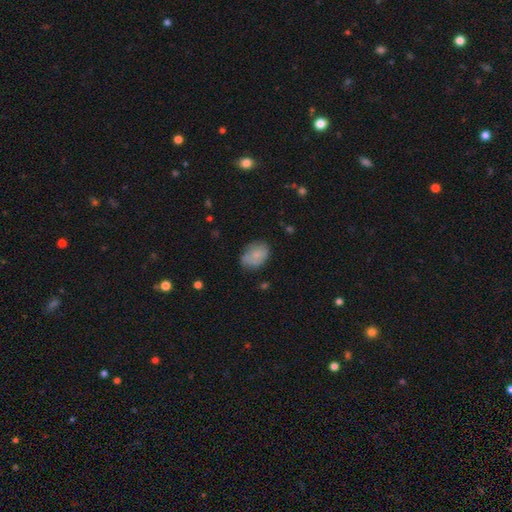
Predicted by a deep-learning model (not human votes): Q: Smooth or featured?
A: smooth (72%); runner-up: featured or disk (20%)
Q: How rounded?
A: in between (77%); runner-up: round (22%)
Q: Merging?
A: none (62%); runner-up: minor disturbance (27%)